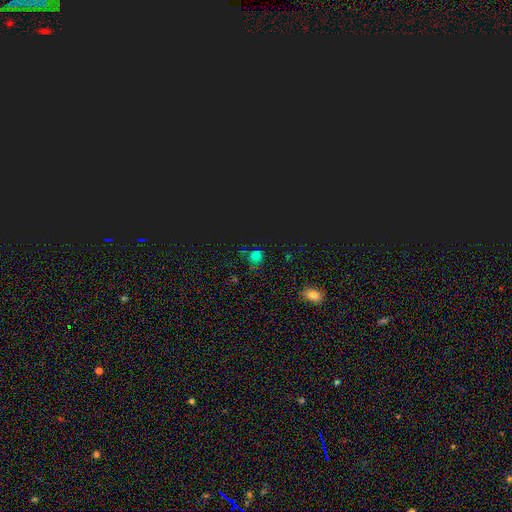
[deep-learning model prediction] This appears to be a smooth galaxy with no disk features (49%). Merging: none (76%).